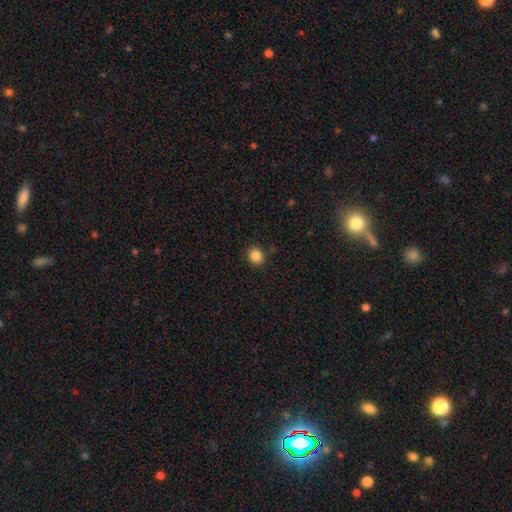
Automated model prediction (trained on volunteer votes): The model was most divided on "how rounded": round: 78%, in between: 21%, cigar-shaped: 1%. More confident: merging — none (90%); smooth or featured — smooth (86%).